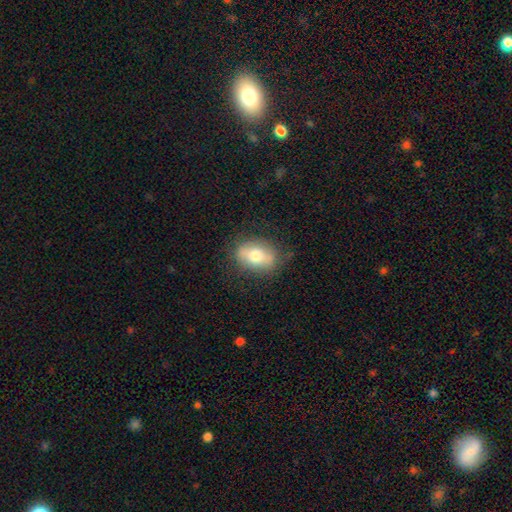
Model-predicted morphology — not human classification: Smooth or featured? Predicted: smooth (p=0.62). How rounded? Predicted: in between (p=0.75). Merging? Predicted: none (p=0.79).